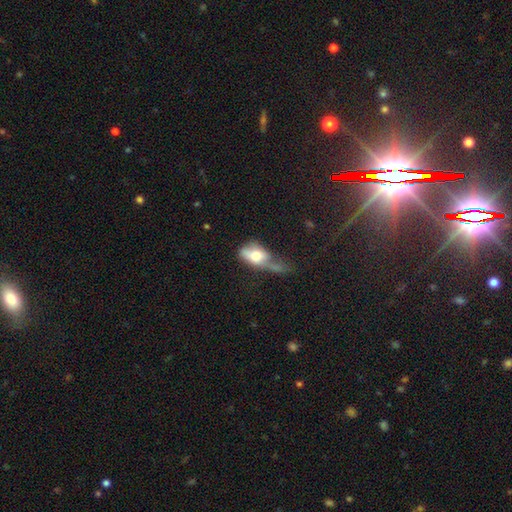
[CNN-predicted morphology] The model was most divided on "merging": major disturbance: 42%, minor disturbance: 23%, none: 19%, merger: 16%. More confident: how rounded — in between (80%); smooth or featured — smooth (63%).